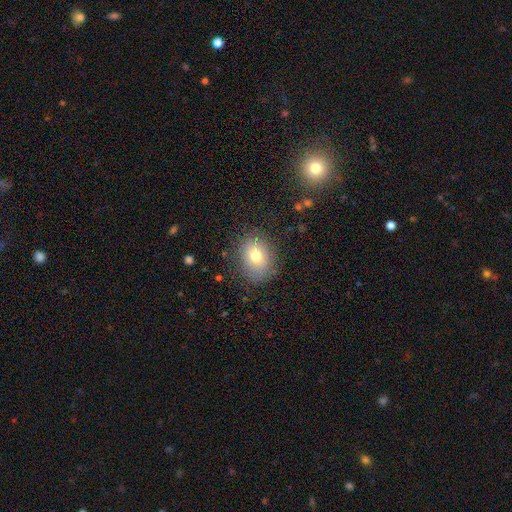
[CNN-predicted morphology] smooth-or-featured: smooth: 75% | featured or disk: 14% | star or artifact: 11%
  how-rounded: in between: 57% | round: 42% | cigar-shaped: 1%
  merging: none: 81% | minor disturbance: 13% | major disturbance: 4% | merger: 1%